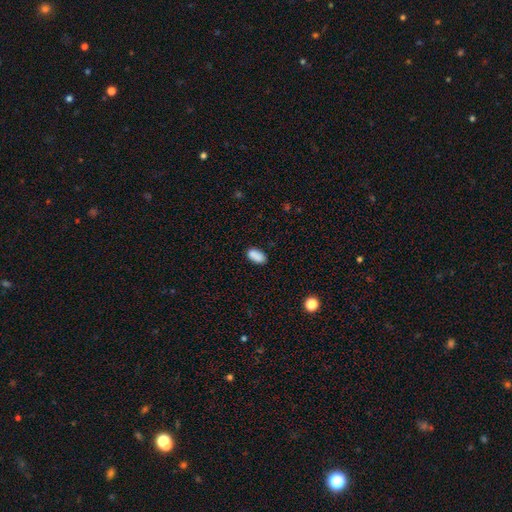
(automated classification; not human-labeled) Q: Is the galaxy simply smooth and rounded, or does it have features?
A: smooth — 87%.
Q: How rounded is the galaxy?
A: in between — 93%.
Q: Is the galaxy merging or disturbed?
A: none — 78%.